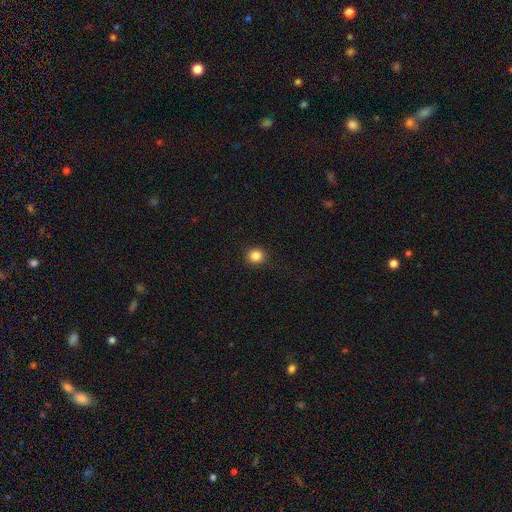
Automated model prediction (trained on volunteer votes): smooth-or-featured: smooth: 85% | star or artifact: 11% | featured or disk: 4%
  how-rounded: round: 91% | in between: 8% | cigar-shaped: 1%
  merging: none: 92% | minor disturbance: 5% | major disturbance: 2% | merger: 1%